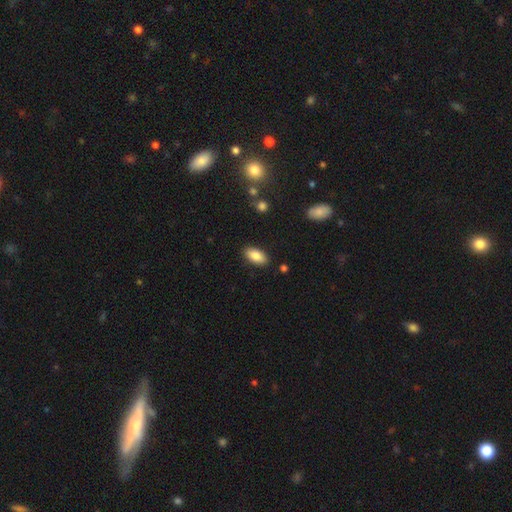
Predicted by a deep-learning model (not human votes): The model was most divided on "smooth or featured": smooth: 84%, featured or disk: 9%, star or artifact: 7%. More confident: how rounded — in between (91%); merging — none (88%).